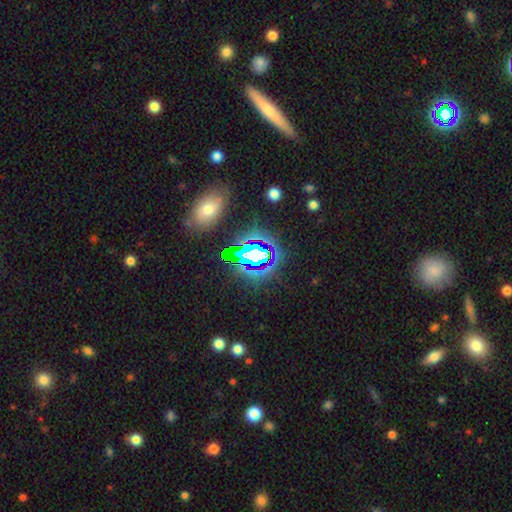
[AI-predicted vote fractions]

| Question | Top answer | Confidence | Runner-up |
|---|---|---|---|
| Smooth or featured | star or artifact | 69% | smooth (16%) |